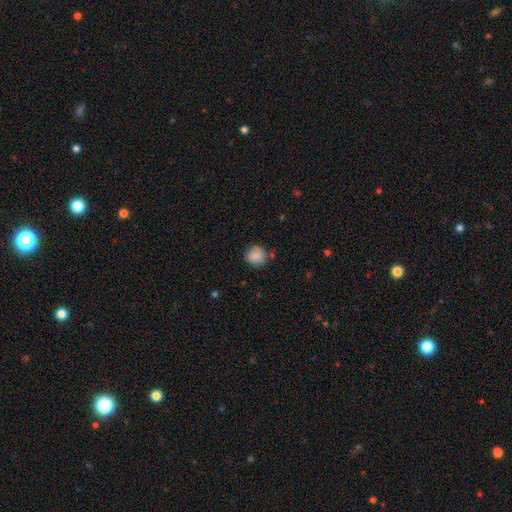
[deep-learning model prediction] This appears to be a smooth galaxy with no disk features (84%) that is round (87%). Merging: none (77%).